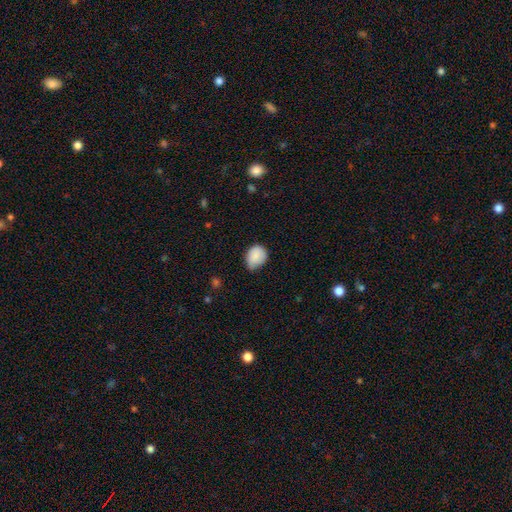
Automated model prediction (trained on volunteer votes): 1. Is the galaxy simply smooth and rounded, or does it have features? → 86% smooth, 8% star or artifact, 6% featured or disk.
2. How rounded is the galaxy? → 51% round, 48% in between, 1% cigar-shaped.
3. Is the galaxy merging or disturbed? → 48% none, 42% minor disturbance, 8% major disturbance, 2% merger.